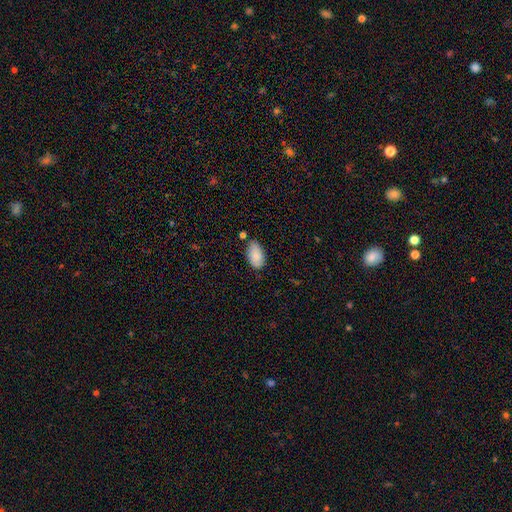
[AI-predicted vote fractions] Overall: smooth (85%). How rounded: in between (94%). Merging: none (72%).